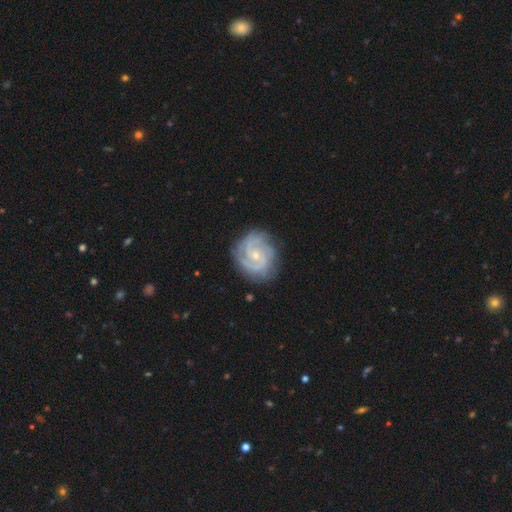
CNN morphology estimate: The model was most divided on "spiral arm count": 2: 39%, 3: 28%, can't tell: 16%, 4: 7%, 1: 5%, more than 4: 5%. More confident: edge-on disk — no (98%); spiral arms — yes (97%); smooth or featured — featured or disk (87%); merging — none (79%); bulge size — small (72%); bar — no (66%); spiral winding — tight (63%).